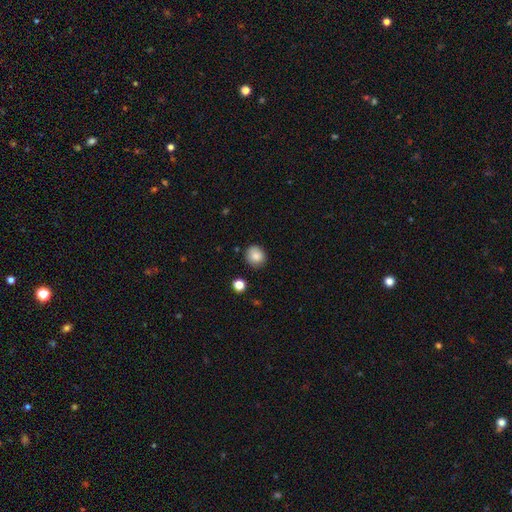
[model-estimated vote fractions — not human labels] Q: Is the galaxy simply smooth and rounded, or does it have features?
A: smooth — 85%.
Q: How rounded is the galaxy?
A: round — 80%.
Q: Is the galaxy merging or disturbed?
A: none — 83%.